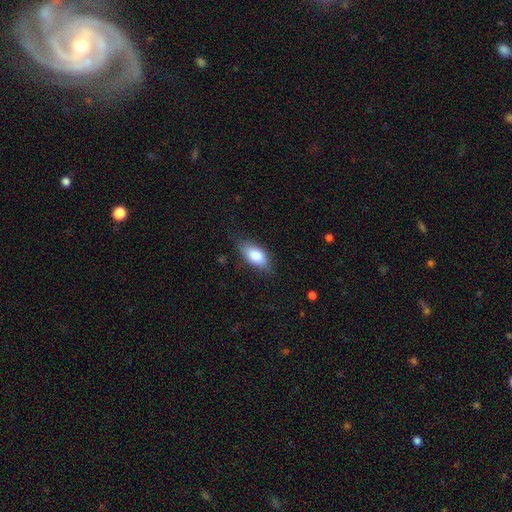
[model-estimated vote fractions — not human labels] Overall: smooth (80%). How rounded: in between (87%). Merging: none (74%).